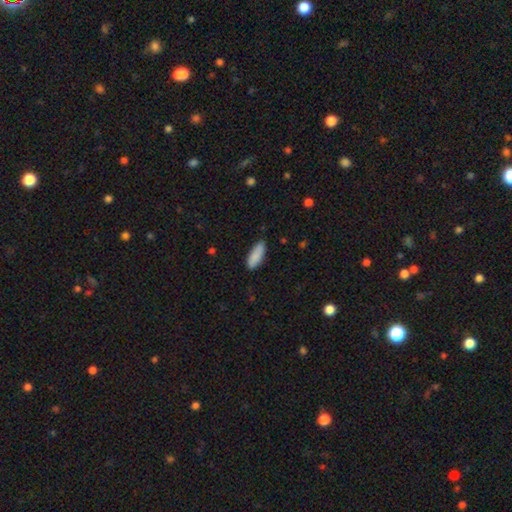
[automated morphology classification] Smooth or featured?
  - smooth: 88% *
  - star or artifact: 6%
  - featured or disk: 6%
How rounded?
  - in between: 71% *
  - cigar-shaped: 27%
  - round: 2%
Merging?
  - none: 82% *
  - minor disturbance: 14%
  - major disturbance: 2%
  - merger: 1%